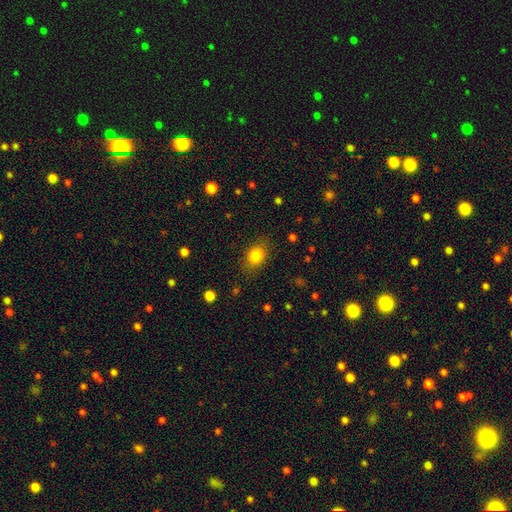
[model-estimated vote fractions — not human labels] smooth 82%, star or artifact 10%, featured or disk 8%. Down the decision tree: how rounded — in between (66%); merging — none (82%).